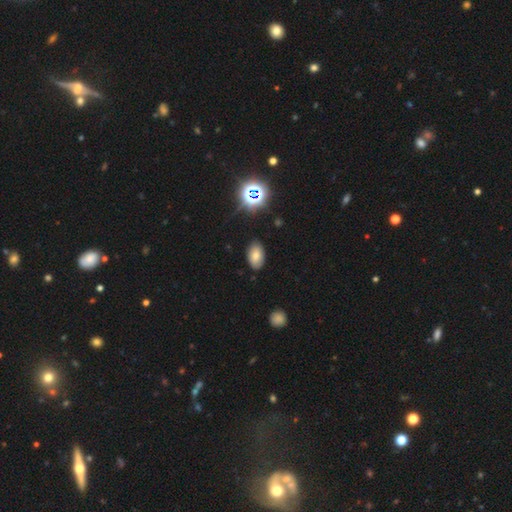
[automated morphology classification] Smooth or featured?
  - smooth: 70% *
  - star or artifact: 16%
  - featured or disk: 14%
How rounded?
  - in between: 91% *
  - round: 7%
  - cigar-shaped: 1%
Merging?
  - none: 84% *
  - minor disturbance: 12%
  - major disturbance: 3%
  - merger: 1%